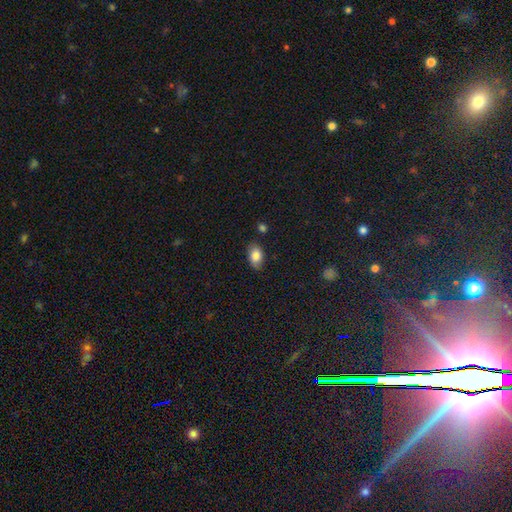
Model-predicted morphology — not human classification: Overall: smooth (84%). How rounded: in between (87%). Merging: none (79%).